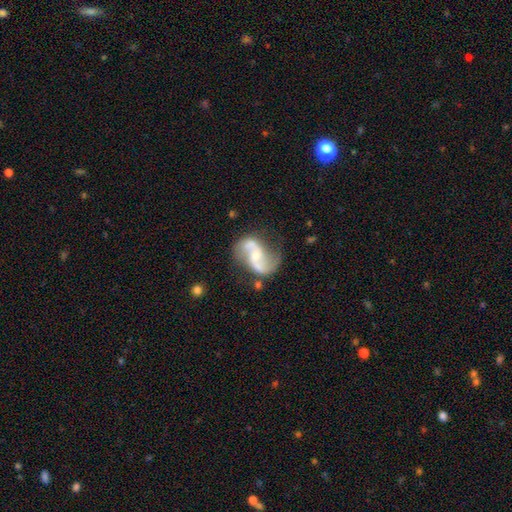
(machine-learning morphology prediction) featured or disk 88%, smooth 7%, star or artifact 5%. Down the decision tree: edge-on disk — no (98%); bar — no (45%); spiral arms — yes (96%); spiral arm count — 2 (93%); spiral winding — loose (58%); bulge size — small (47%); merging — none (65%).